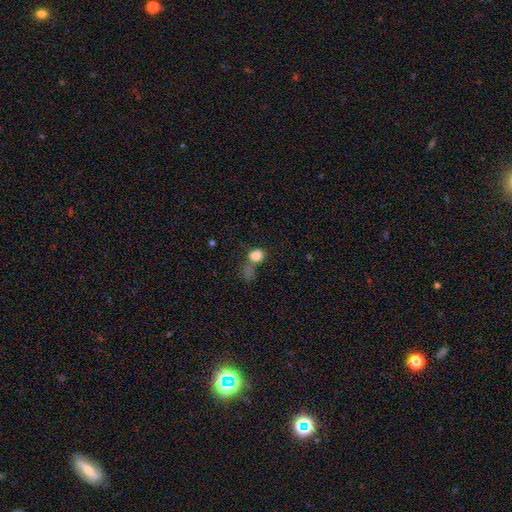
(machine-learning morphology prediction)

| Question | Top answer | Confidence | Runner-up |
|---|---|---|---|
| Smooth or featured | smooth | 78% | star or artifact (13%) |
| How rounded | in between | 50% | round (48%) |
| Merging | none | 30% | merger (29%) |